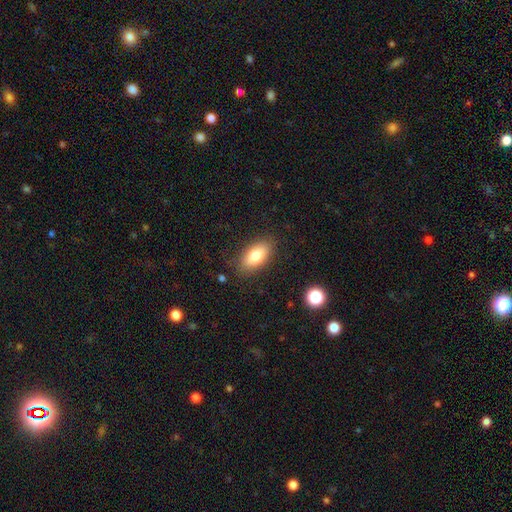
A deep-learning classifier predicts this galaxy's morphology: A smooth galaxy with no disk features (79%) that is in between round and cigar-shaped (89%). Merging: none (84%).